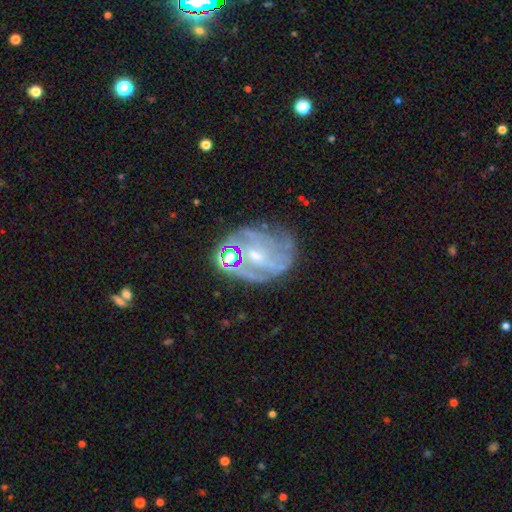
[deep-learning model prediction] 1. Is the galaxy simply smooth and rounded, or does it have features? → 72% featured or disk, 14% star or artifact, 14% smooth.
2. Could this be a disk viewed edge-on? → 97% no, 3% yes.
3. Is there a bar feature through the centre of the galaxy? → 52% no, 36% weak, 12% strong.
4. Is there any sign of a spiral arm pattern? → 78% yes, 22% no.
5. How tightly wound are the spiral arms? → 46% tight, 36% medium, 18% loose.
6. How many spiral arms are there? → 43% can't tell, 18% 2, 17% 3, 10% 4, 6% more than 4, 6% 1.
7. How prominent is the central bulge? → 67% small, 25% moderate, 6% none, 2% large, 1% dominant.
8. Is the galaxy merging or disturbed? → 58% none, 21% minor disturbance, 16% major disturbance, 6% merger.